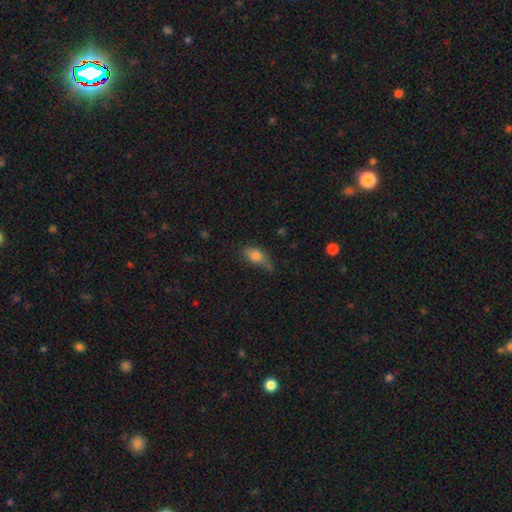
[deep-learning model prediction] Smooth or featured? Predicted: smooth (p=0.77). How rounded? Predicted: in between (p=0.82). Merging? Predicted: none (p=0.45).